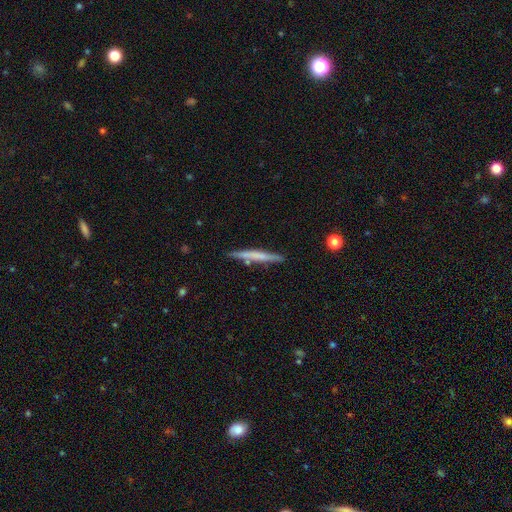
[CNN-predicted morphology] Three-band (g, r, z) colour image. It shows a smooth galaxy with no disk features (51%) that is cigar-shaped (96%). Merging: none (84%).